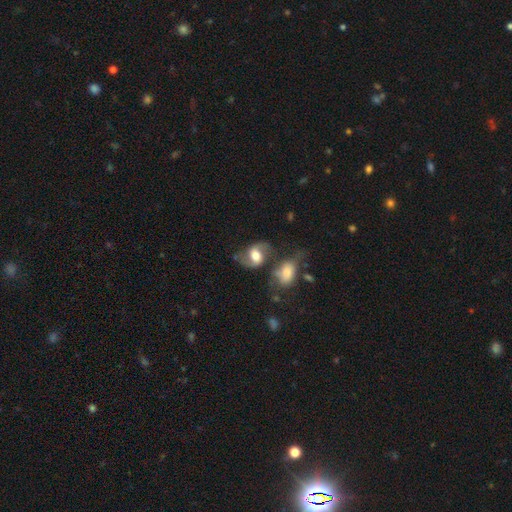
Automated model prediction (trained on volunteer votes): Smooth or featured? Predicted: featured or disk (p=0.57). Edge-on disk? Predicted: no (p=0.96). Bar? Predicted: weak (p=0.44). Spiral arms? Predicted: yes (p=0.81). Bulge size? Predicted: moderate (p=0.54). Merging? Predicted: none (p=0.53).